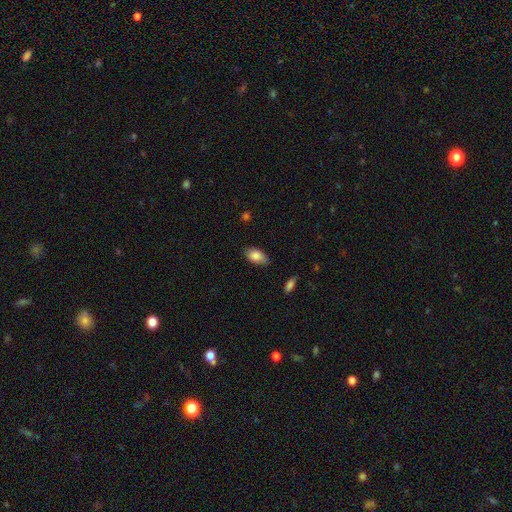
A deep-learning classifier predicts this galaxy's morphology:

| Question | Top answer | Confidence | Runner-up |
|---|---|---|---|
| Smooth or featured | smooth | 84% | featured or disk (9%) |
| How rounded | in between | 92% | round (5%) |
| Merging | none | 79% | minor disturbance (17%) |